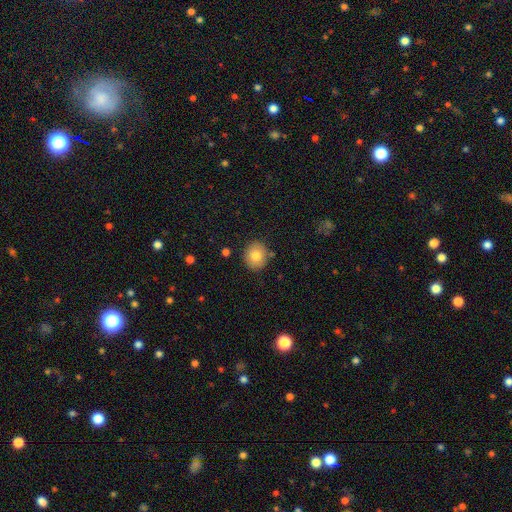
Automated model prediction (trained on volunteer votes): Morphology: type=smooth (80%); roundness=round (72%); merging=none (85%).